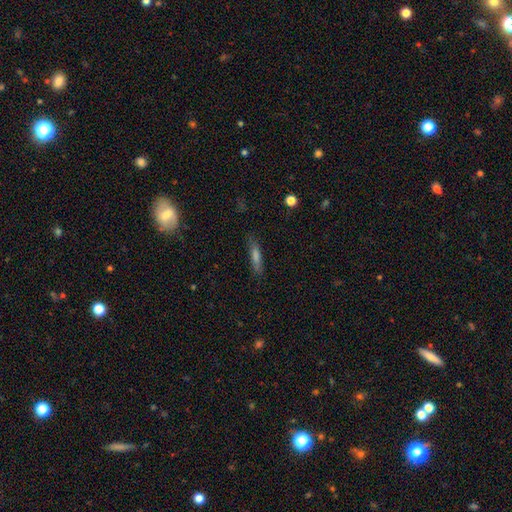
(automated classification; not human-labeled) Q: Smooth or featured?
A: smooth (64%); runner-up: featured or disk (25%)
Q: How rounded?
A: cigar-shaped (83%); runner-up: in between (15%)
Q: Merging?
A: none (82%); runner-up: minor disturbance (13%)